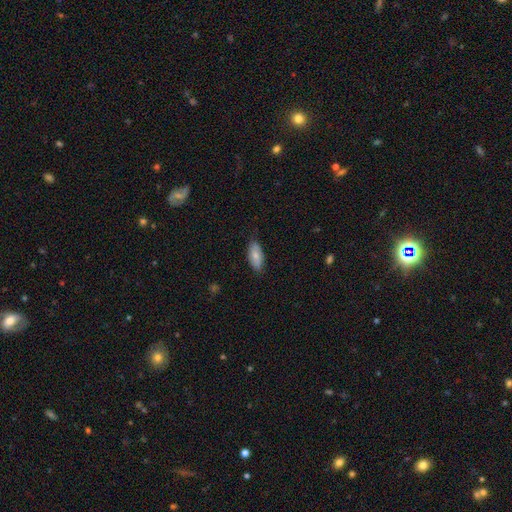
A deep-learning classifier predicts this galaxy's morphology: type=smooth (74%); roundness=in between (89%); merging=none (81%).